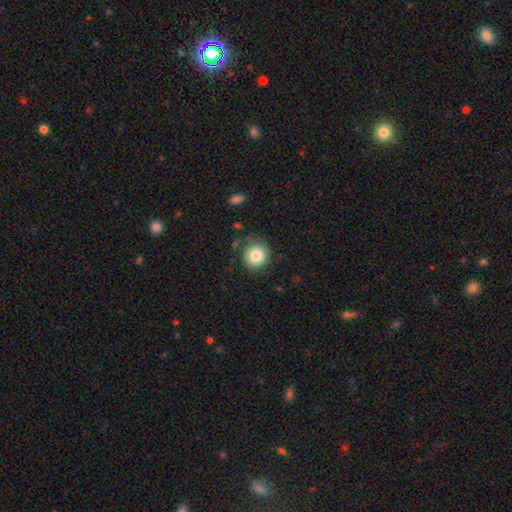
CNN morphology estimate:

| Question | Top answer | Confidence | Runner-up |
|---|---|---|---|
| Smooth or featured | smooth | 82% | featured or disk (9%) |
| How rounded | round | 90% | in between (9%) |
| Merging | none | 76% | minor disturbance (16%) |